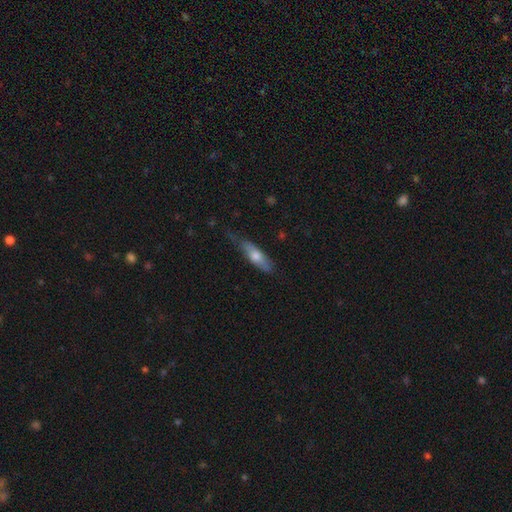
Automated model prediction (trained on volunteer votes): The model was most divided on "how rounded": cigar-shaped: 57%, in between: 41%, round: 2%. More confident: smooth or featured — smooth (64%); merging — none (57%).